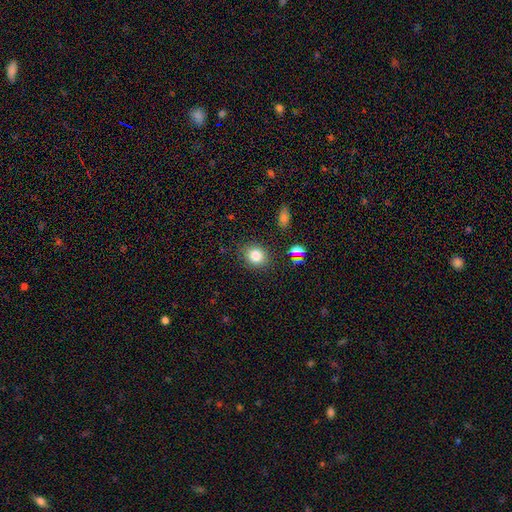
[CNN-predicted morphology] A smooth galaxy with no disk features (82%) that is round (67%).

Vote fractions:
- Smooth or featured? smooth: 82% / star or artifact: 12% / featured or disk: 6%
- How rounded? round: 67% / in between: 32% / cigar-shaped: 1%
- Merging? none: 83% / minor disturbance: 10% / major disturbance: 3% / merger: 3%